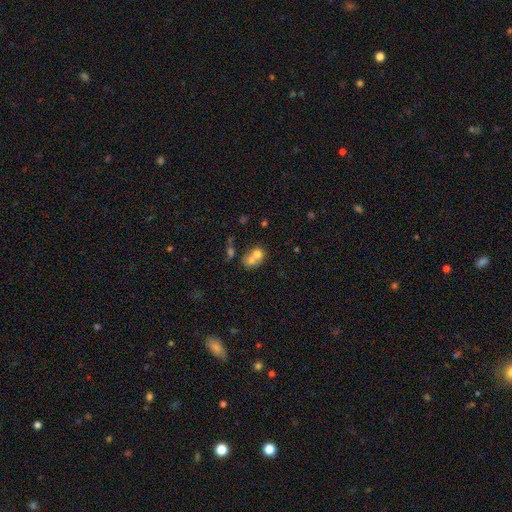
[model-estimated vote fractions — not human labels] A smooth galaxy with no disk features (65%) that is round (56%). Merging: merger (68%).